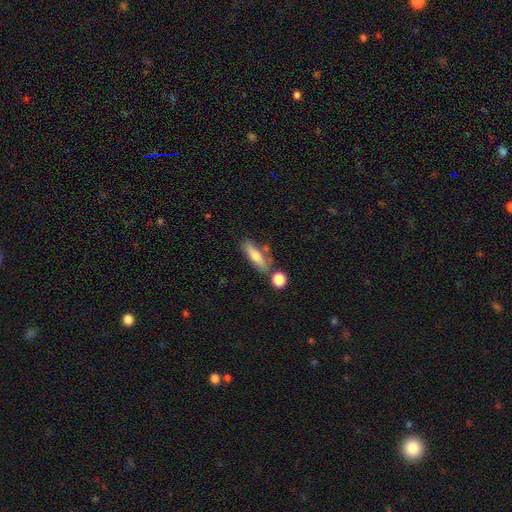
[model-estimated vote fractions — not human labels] Smooth or featured: smooth — 64% (featured or disk — 28%)
How rounded: cigar-shaped — 55% (in between — 41%)
Merging: none — 66% (minor disturbance — 16%)